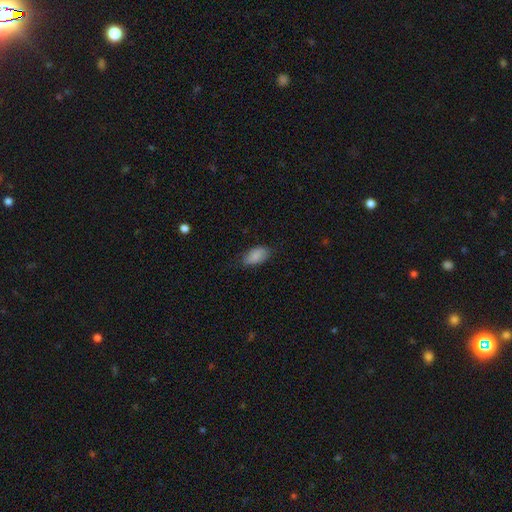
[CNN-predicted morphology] This is clearly a smooth galaxy (87%). How rounded: clearly in between (93%). Merging: likely none (73%).